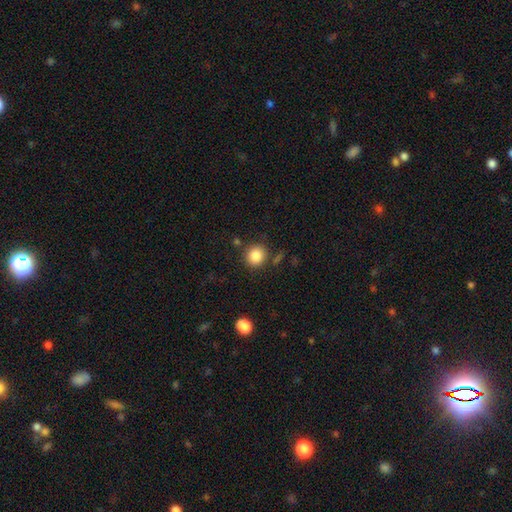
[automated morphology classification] Smooth or featured? Predicted: smooth (p=0.85). How rounded? Predicted: round (p=0.88). Merging? Predicted: none (p=0.83).